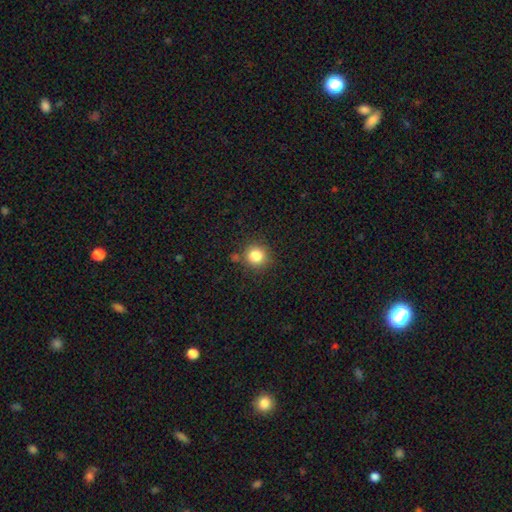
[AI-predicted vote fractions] Q: Smooth or featured?
A: smooth (83%); runner-up: star or artifact (12%)
Q: How rounded?
A: round (91%); runner-up: in between (8%)
Q: Merging?
A: none (84%); runner-up: minor disturbance (9%)